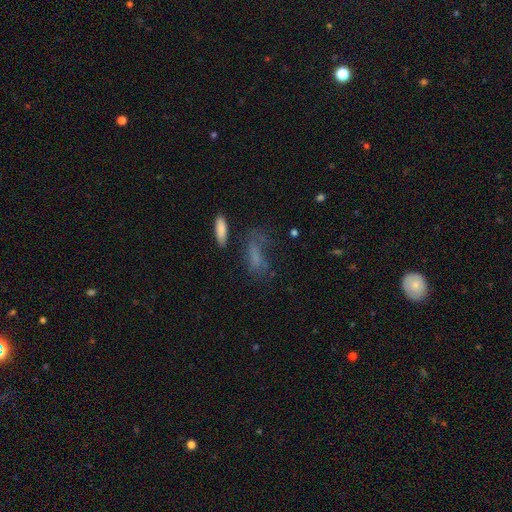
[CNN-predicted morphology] A smooth galaxy with no disk features (53%) that is in between round and cigar-shaped (64%). Merging: none (43%).